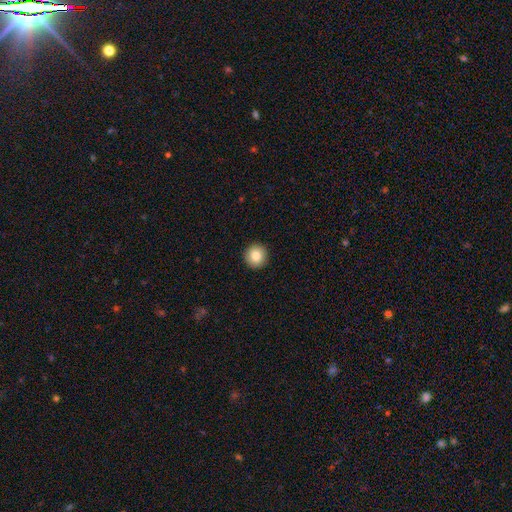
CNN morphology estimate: smooth 84%, star or artifact 9%, featured or disk 7%. Down the decision tree: how rounded — round (95%); merging — none (93%).